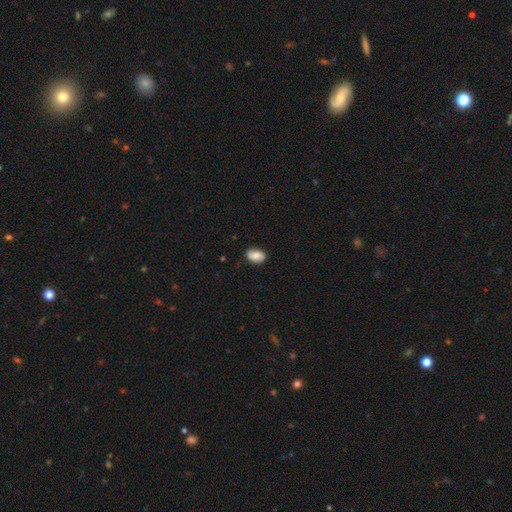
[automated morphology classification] Smooth or featured?
  - smooth: 77% *
  - featured or disk: 15%
  - star or artifact: 7%
How rounded?
  - in between: 87% *
  - round: 11%
  - cigar-shaped: 2%
Merging?
  - none: 83% *
  - minor disturbance: 13%
  - major disturbance: 2%
  - merger: 1%